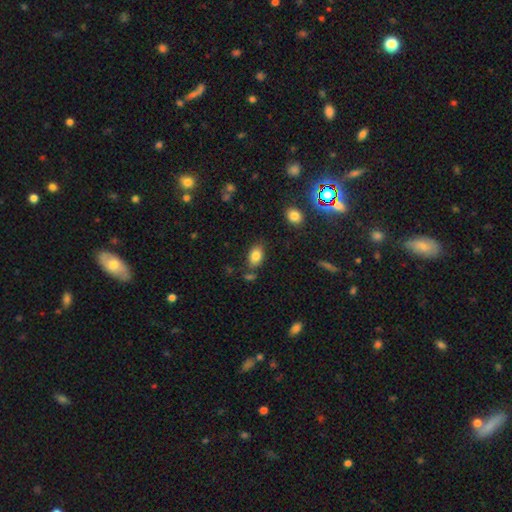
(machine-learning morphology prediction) type=smooth (83%); roundness=in between (86%); merging=none (76%).